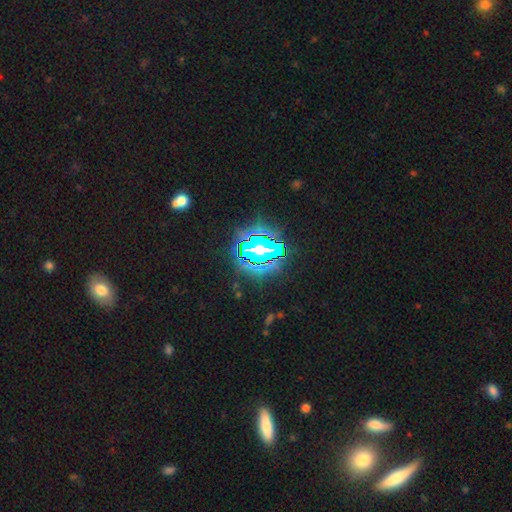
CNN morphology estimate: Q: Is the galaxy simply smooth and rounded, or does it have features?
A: star or artifact — 71%.